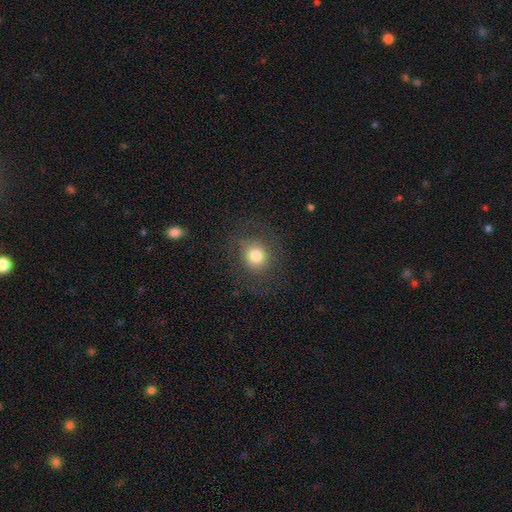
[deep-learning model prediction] This appears to be a smooth galaxy with no disk features (74%) that is round (81%). Merging: none (77%).